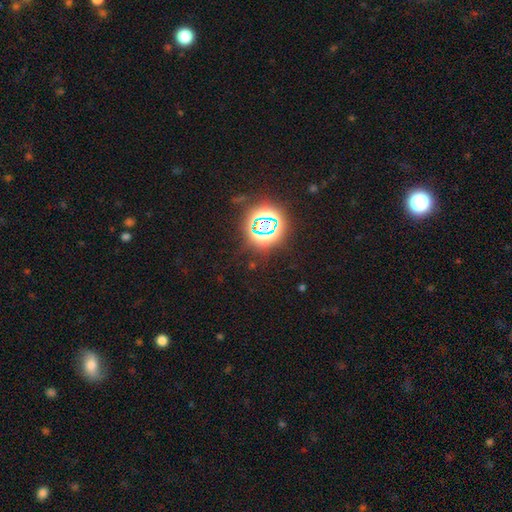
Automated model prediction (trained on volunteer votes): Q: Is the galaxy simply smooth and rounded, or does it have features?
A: star or artifact — 79%.